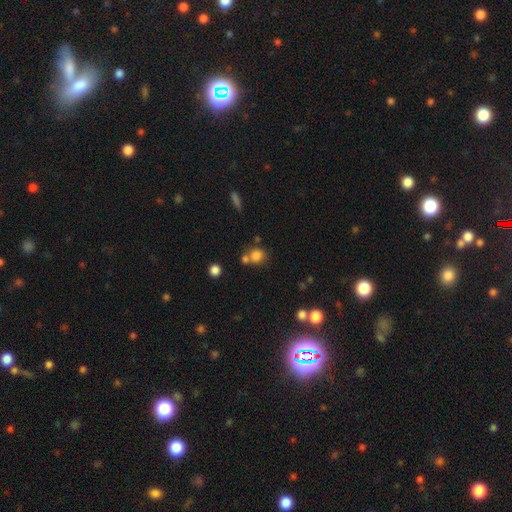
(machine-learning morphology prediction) Smooth or featured? smooth (80%)
How rounded? round (80%)
Merging? none (55%)